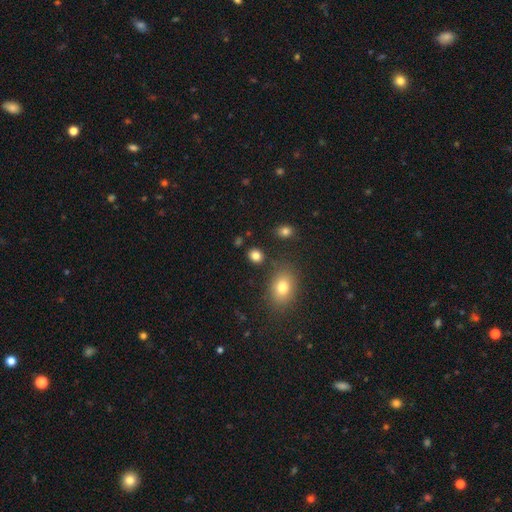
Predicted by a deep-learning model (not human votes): The model was most divided on "how rounded": round: 63%, in between: 36%, cigar-shaped: 1%. More confident: merging — none (84%); smooth or featured — smooth (83%).